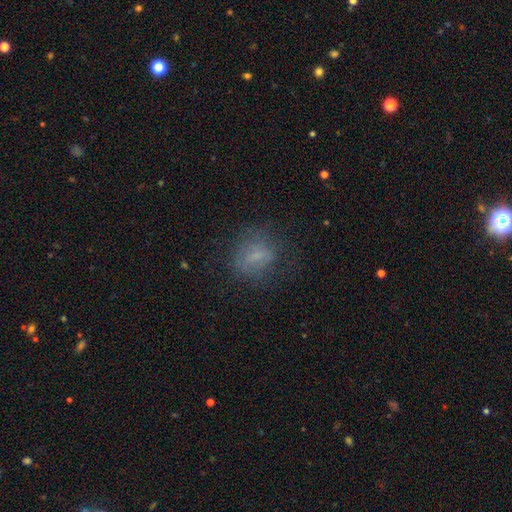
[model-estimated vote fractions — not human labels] Smooth or featured: smooth — 60% (featured or disk — 25%)
How rounded: round — 54% (in between — 44%)
Merging: none — 66% (minor disturbance — 19%)